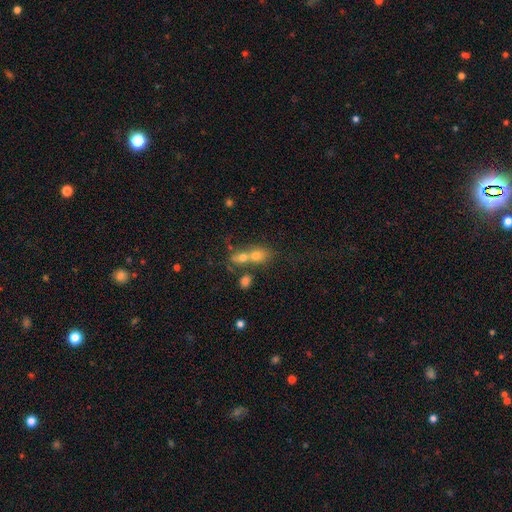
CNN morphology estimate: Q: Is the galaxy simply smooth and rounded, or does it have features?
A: smooth — 66%.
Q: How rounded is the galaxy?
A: in between — 49%.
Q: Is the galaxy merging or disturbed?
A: merger — 62%.